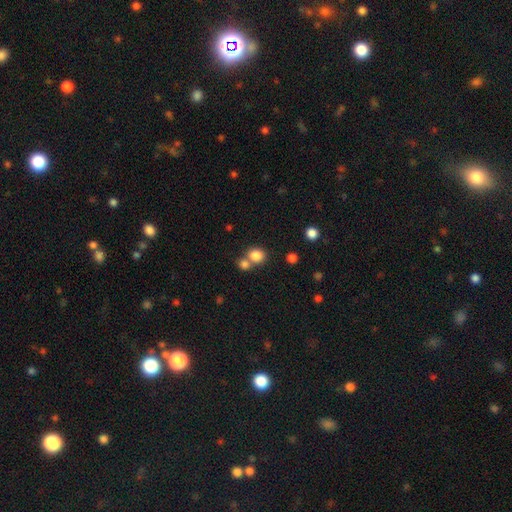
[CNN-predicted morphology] Q: Smooth or featured?
A: smooth (83%); runner-up: star or artifact (11%)
Q: How rounded?
A: round (74%); runner-up: in between (25%)
Q: Merging?
A: none (51%); runner-up: merger (38%)